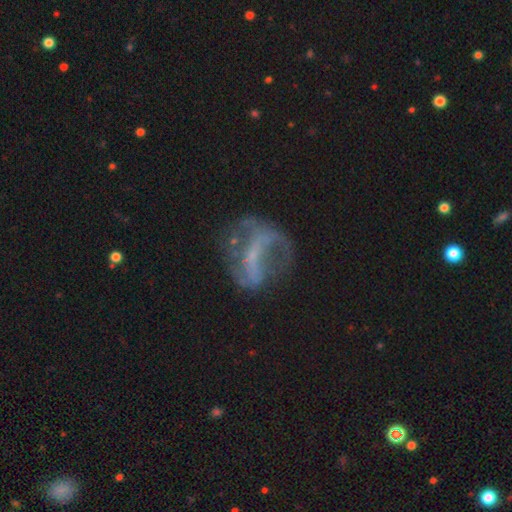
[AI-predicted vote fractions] Morphology: type=featured or disk (63%); edge-on=no (92%); bar=strong (45%); spiral arms=yes (60%); bulge=none (48%); merging=none (54%).